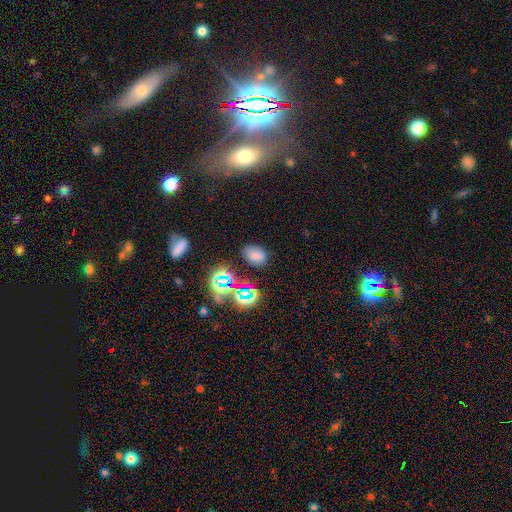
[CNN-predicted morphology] Smooth or featured?
  - smooth: 66% *
  - star or artifact: 26%
  - featured or disk: 9%
How rounded?
  - in between: 77% *
  - round: 22%
  - cigar-shaped: 1%
Merging?
  - none: 73% *
  - minor disturbance: 16%
  - major disturbance: 6%
  - merger: 5%